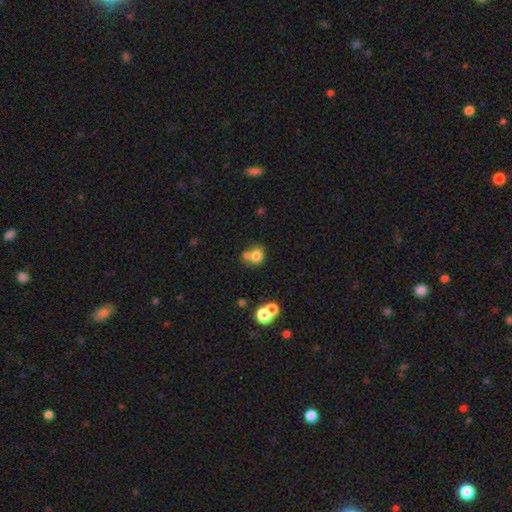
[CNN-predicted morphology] Overall: smooth (74%). How rounded: round (75%). Merging: none (43%; merger 39%).